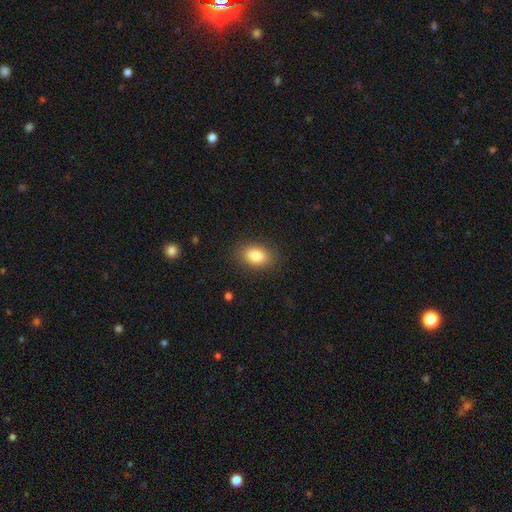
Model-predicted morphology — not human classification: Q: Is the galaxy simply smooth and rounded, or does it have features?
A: smooth — 84%.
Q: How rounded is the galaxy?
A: in between — 80%.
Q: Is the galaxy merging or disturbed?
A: none — 86%.